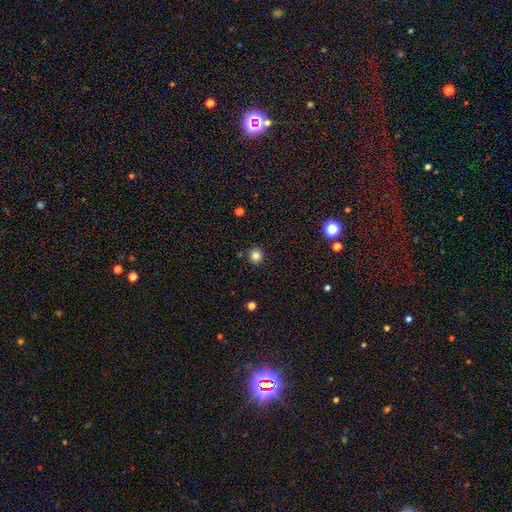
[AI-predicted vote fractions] A smooth galaxy with no disk features (83%) that is round (92%). Merging: none (89%).